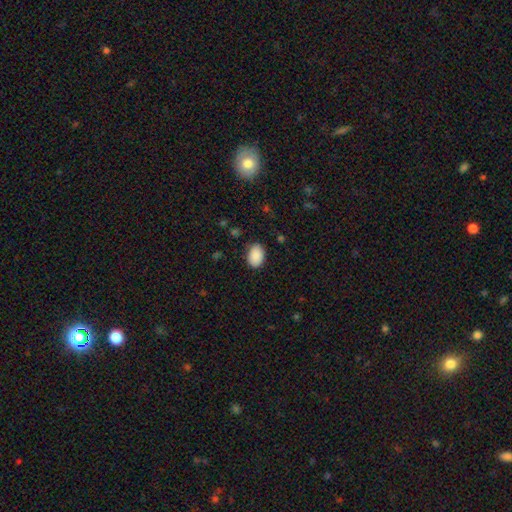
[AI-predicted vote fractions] Smooth or featured: smooth — 89% (star or artifact — 7%)
How rounded: in between — 82% (round — 17%)
Merging: none — 84% (minor disturbance — 12%)